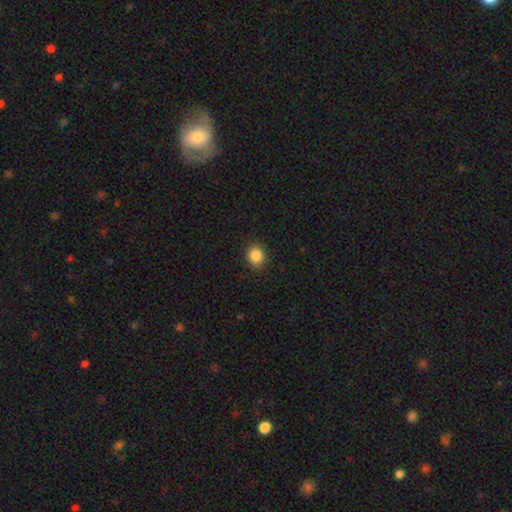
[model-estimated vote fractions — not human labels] smooth-or-featured: smooth: 86% | star or artifact: 10% | featured or disk: 4%
  how-rounded: round: 72% | in between: 27% | cigar-shaped: 1%
  merging: none: 90% | minor disturbance: 7% | major disturbance: 2% | merger: 1%